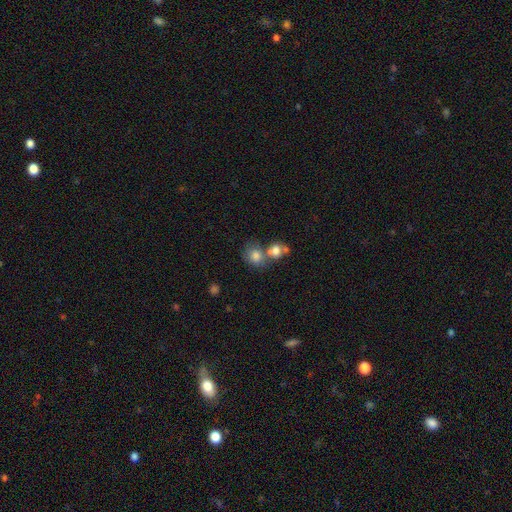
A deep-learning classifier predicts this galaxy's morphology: Overall: smooth (78%). How rounded: round (67%; in between 32%). Merging: merger (48%; none 38%).